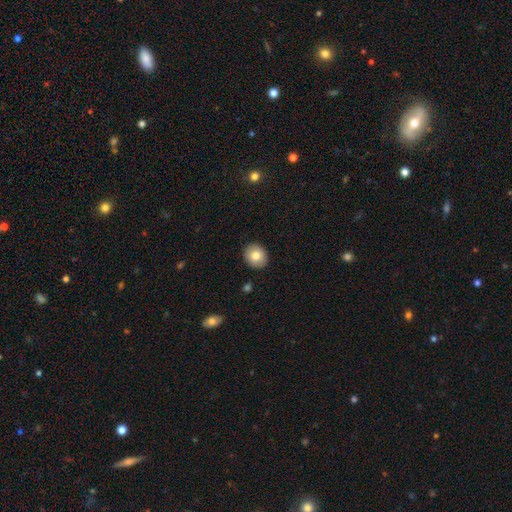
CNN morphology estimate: A smooth galaxy with no disk features (80%) that is round (73%). Merging: none (91%).